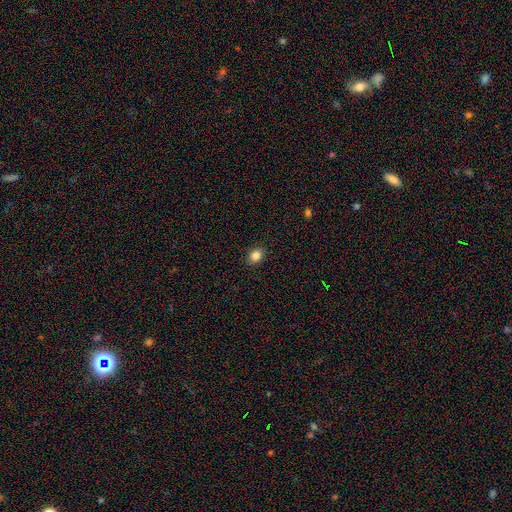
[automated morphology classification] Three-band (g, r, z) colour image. It shows a smooth galaxy with no disk features (85%) that is in between round and cigar-shaped (53%). Merging: none (90%).